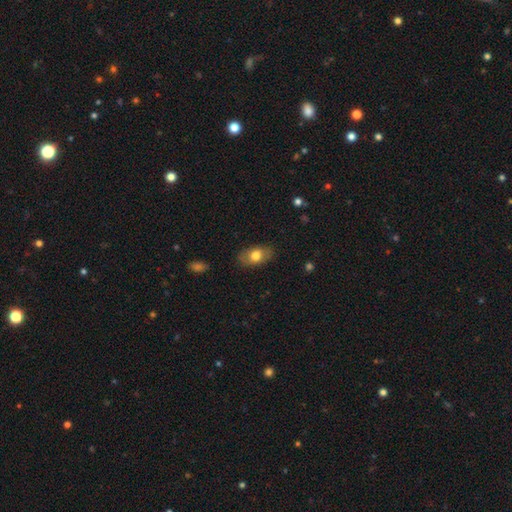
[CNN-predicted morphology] smooth_or_featured: smooth (p=0.75) [alt: featured or disk p=0.18]
how_rounded: in between (p=0.88) [alt: round p=0.10]
merging: none (p=0.83) [alt: minor disturbance p=0.13]